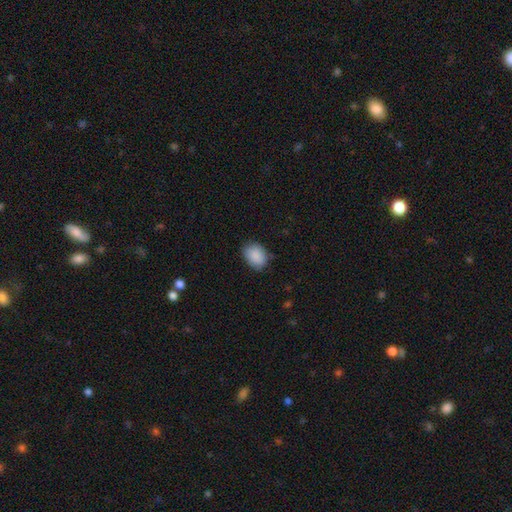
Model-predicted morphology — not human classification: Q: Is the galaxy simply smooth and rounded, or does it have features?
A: smooth — 89%.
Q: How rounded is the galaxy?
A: in between — 70%.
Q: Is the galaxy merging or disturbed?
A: none — 80%.